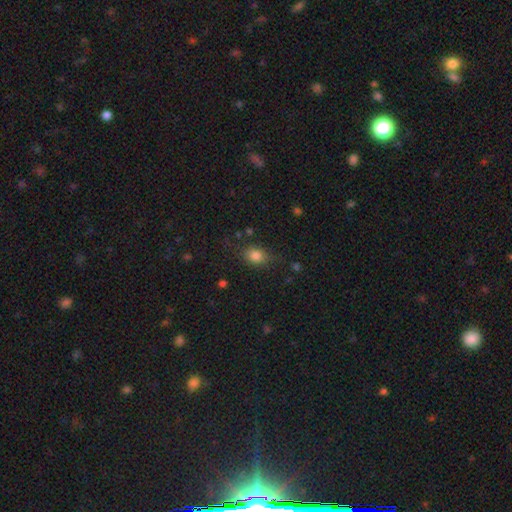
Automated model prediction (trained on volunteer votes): A smooth galaxy with no disk features (80%) that is in between round and cigar-shaped (55%). Merging: none (75%).